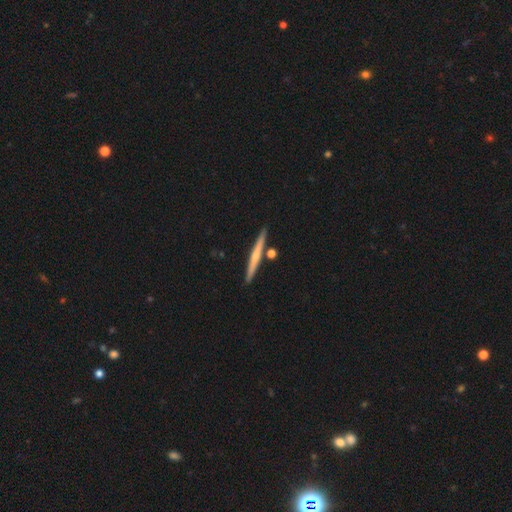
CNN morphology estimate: Smooth or featured?
  - featured or disk: 53% *
  - smooth: 41%
  - star or artifact: 6%
Edge-on disk?
  - yes: 97% *
  - no: 3%
Edge-on bulge?
  - rounded: 54% *
  - none: 40%
  - boxy: 6%
Merging?
  - none: 85% *
  - minor disturbance: 7%
  - merger: 6%
  - major disturbance: 2%